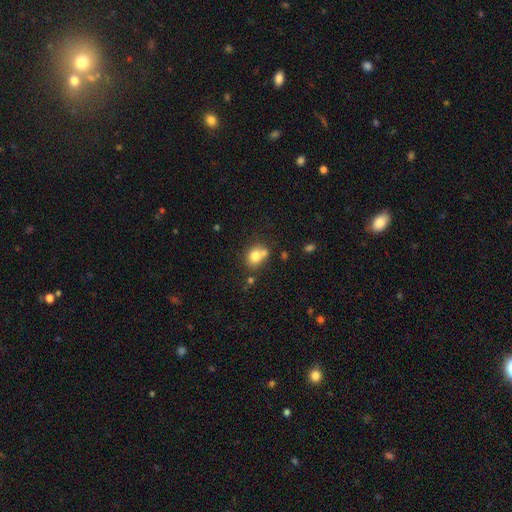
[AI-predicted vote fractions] The model was most divided on "merging": none: 48%, merger: 33%, minor disturbance: 14%, major disturbance: 5%. More confident: smooth or featured — smooth (77%); how rounded — round (59%).